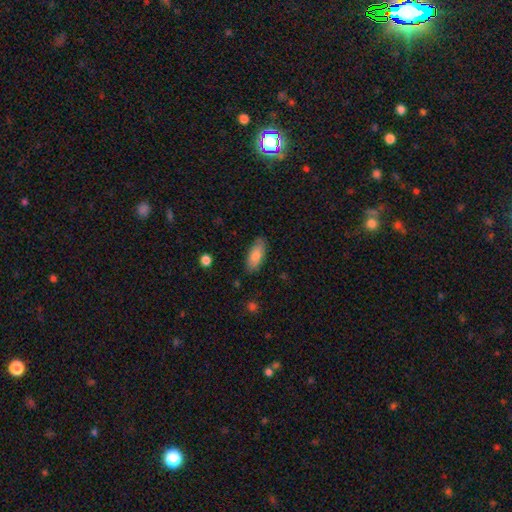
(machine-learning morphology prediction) Smooth or featured?
  - smooth: 82% *
  - featured or disk: 12%
  - star or artifact: 6%
How rounded?
  - in between: 83% *
  - cigar-shaped: 15%
  - round: 2%
Merging?
  - none: 83% *
  - minor disturbance: 13%
  - major disturbance: 3%
  - merger: 1%